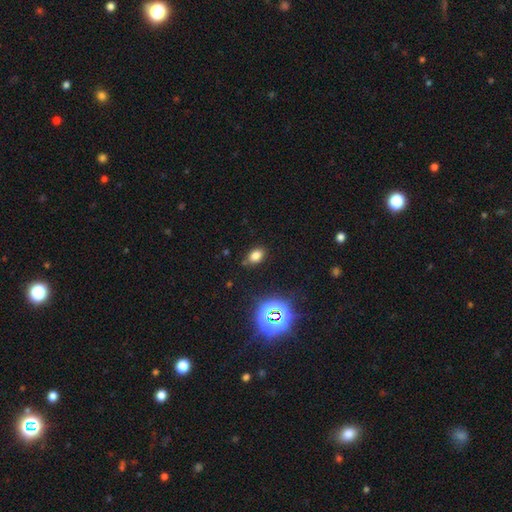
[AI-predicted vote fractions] Smooth or featured? smooth (73%)
How rounded? in between (82%)
Merging? none (79%)